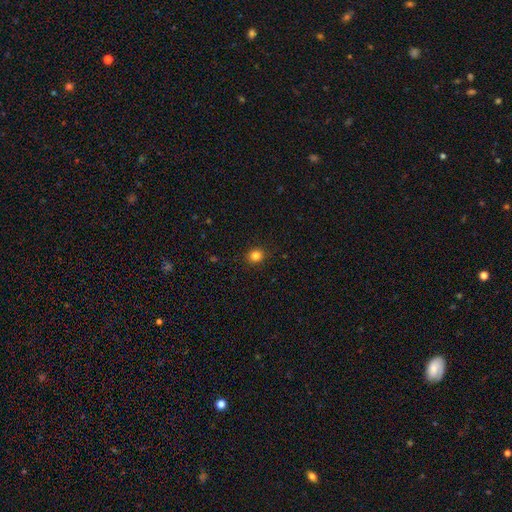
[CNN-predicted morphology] This is clearly a smooth galaxy (83%). How rounded: likely round (78%). Merging: clearly none (91%).